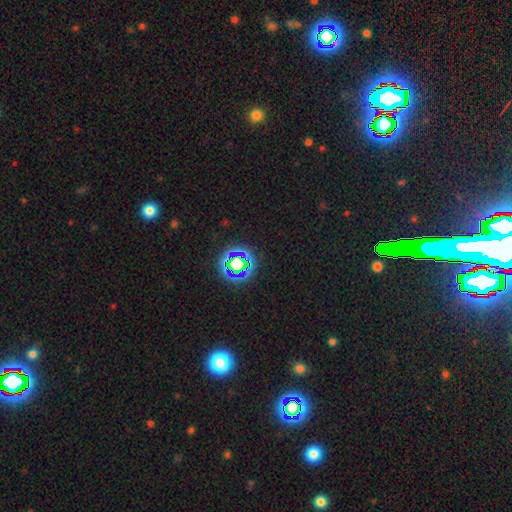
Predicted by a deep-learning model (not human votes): Smooth or featured: star or artifact — 74% (smooth — 17%)